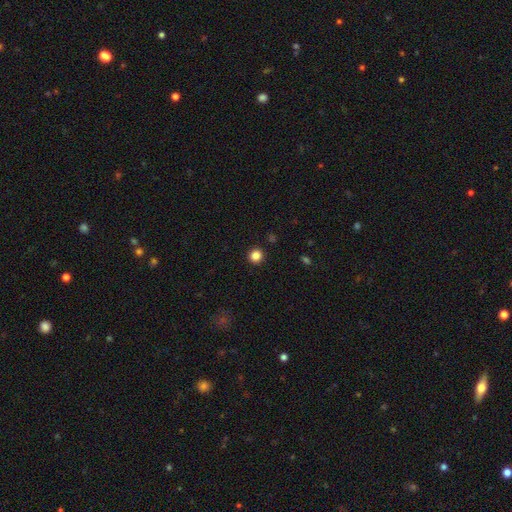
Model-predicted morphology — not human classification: The model was most divided on "smooth or featured": smooth: 85%, star or artifact: 12%, featured or disk: 4%. More confident: how rounded — round (94%); merging — none (93%).